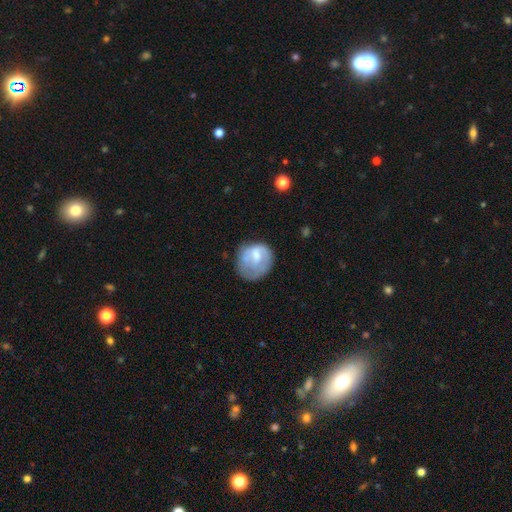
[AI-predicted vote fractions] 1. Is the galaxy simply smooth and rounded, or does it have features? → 52% smooth, 41% featured or disk, 7% star or artifact.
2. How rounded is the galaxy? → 71% round, 28% in between, 1% cigar-shaped.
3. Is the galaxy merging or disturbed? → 48% none, 27% minor disturbance, 22% major disturbance, 2% merger.